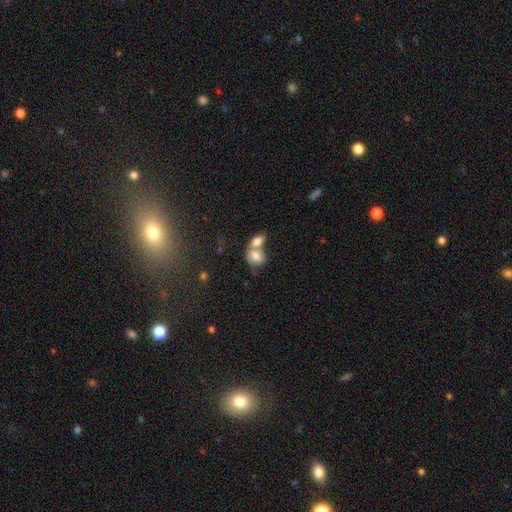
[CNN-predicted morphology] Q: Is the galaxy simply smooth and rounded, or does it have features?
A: smooth — 74%.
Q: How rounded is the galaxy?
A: in between — 68%.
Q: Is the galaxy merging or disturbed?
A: merger — 70%.